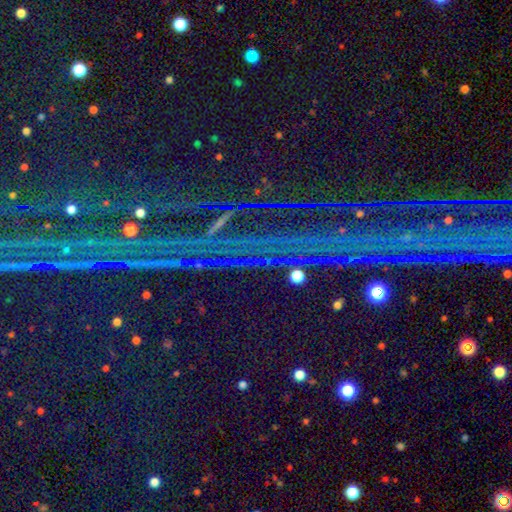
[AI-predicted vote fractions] Smooth or featured? Predicted: star or artifact (p=0.87).